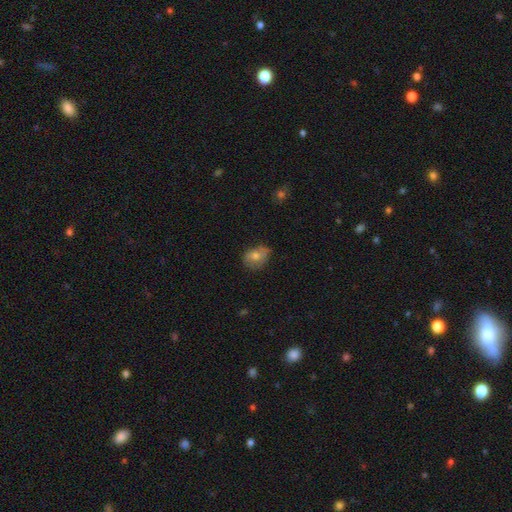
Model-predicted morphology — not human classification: Smooth or featured?
  - smooth: 65% *
  - featured or disk: 24%
  - star or artifact: 11%
How rounded?
  - in between: 61% *
  - round: 38%
  - cigar-shaped: 1%
Merging?
  - none: 62% *
  - minor disturbance: 29%
  - major disturbance: 7%
  - merger: 2%